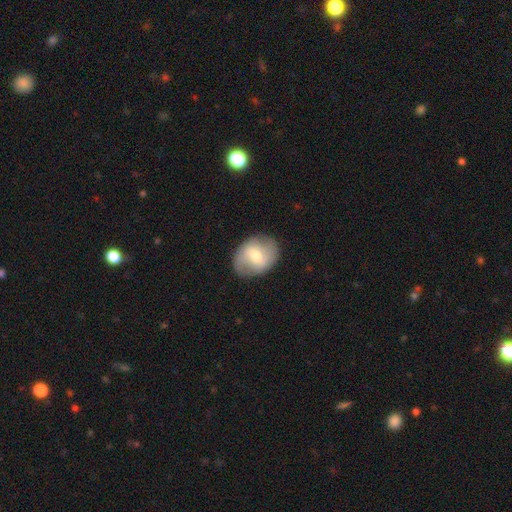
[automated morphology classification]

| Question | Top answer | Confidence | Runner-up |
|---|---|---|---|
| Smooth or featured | smooth | 47% | featured or disk (46%) |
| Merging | none | 80% | minor disturbance (14%) |